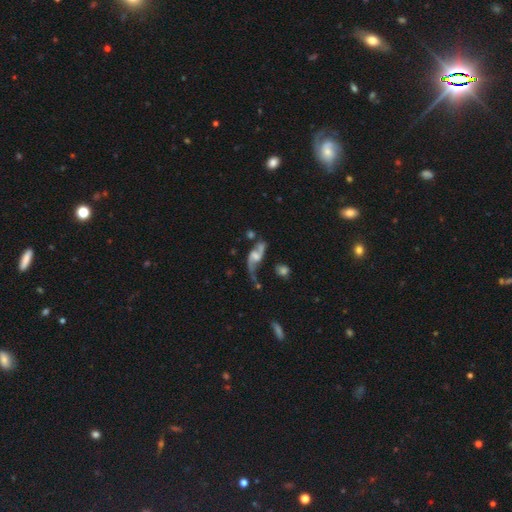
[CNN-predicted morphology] A featured or disk galaxy (79%) with no bar (44%), 2 (83%) loose (80%) spiral arms (89%) and a moderate central bulge (33%). Merging: none (35%).